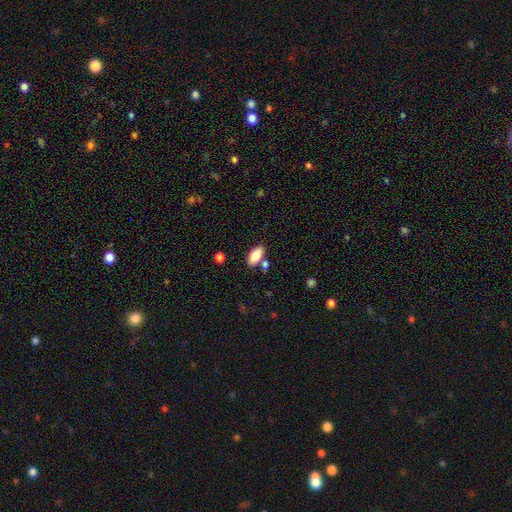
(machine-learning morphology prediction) A smooth galaxy with no disk features (83%) that is in between round and cigar-shaped (91%). Merging: none (76%).